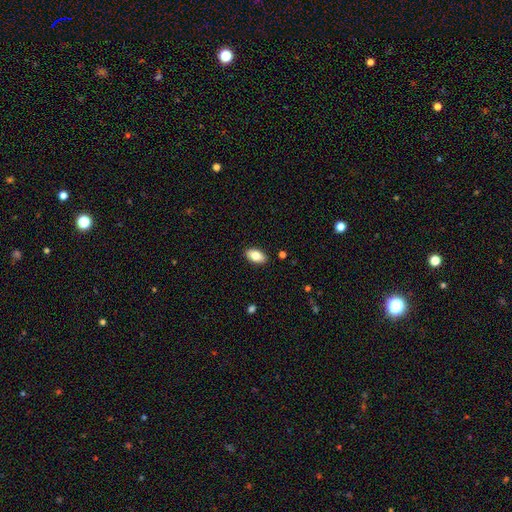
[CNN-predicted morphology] A smooth galaxy with no disk features (82%) that is in between round and cigar-shaped (93%). Merging: none (89%).